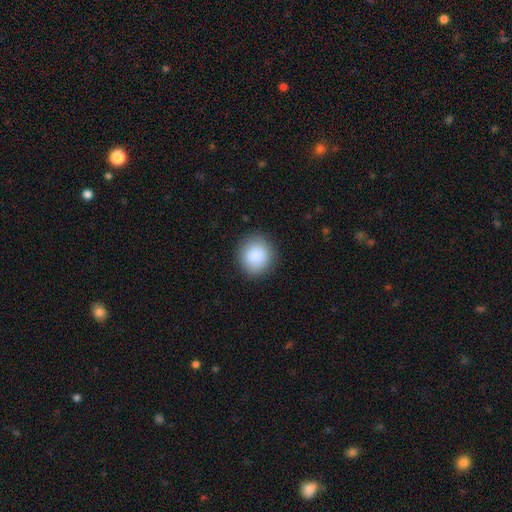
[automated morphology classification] Q: Smooth or featured?
A: smooth (89%); runner-up: star or artifact (7%)
Q: How rounded?
A: round (89%); runner-up: in between (11%)
Q: Merging?
A: none (89%); runner-up: minor disturbance (8%)